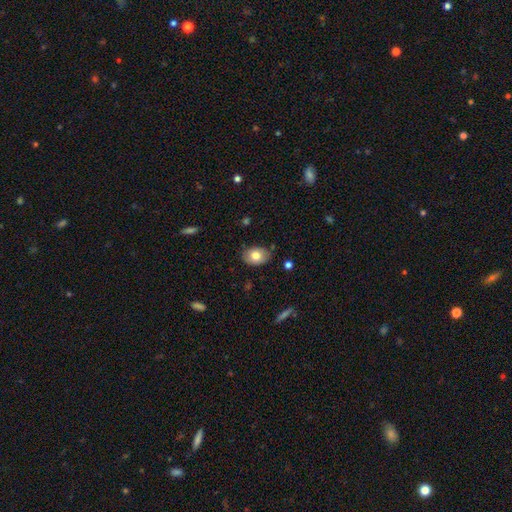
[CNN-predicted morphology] This appears to be a smooth galaxy with no disk features (76%) that is in between round and cigar-shaped (79%). Merging: none (81%).